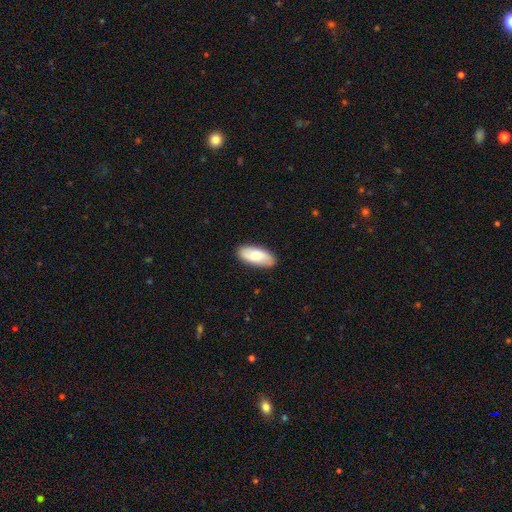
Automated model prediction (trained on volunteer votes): smooth 74%, featured or disk 20%, star or artifact 6%. Down the decision tree: how rounded — in between (88%); merging — none (87%).